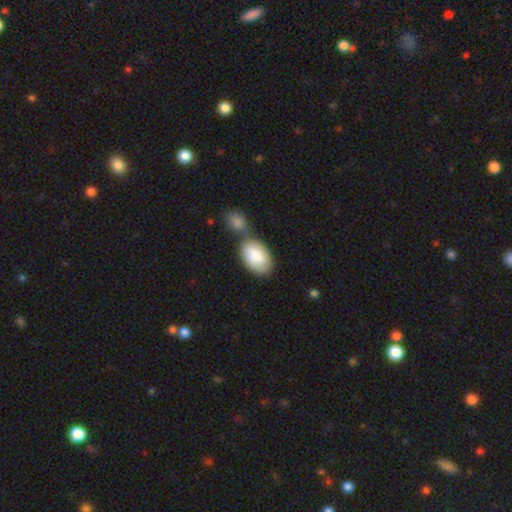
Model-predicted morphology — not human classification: Overall: smooth (81%). How rounded: in between (92%). Merging: none (41%; merger 39%).